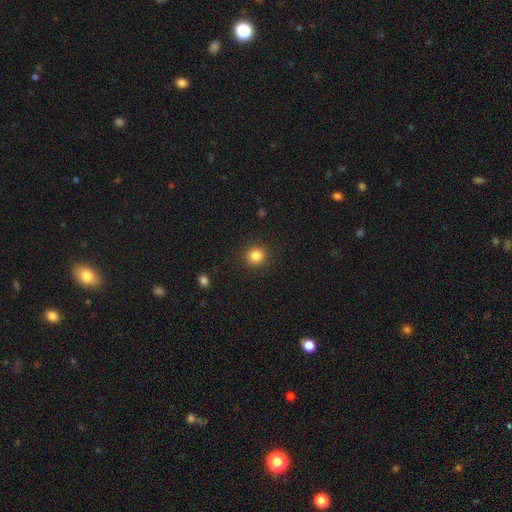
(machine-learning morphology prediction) smooth 84%, star or artifact 11%, featured or disk 5%. Down the decision tree: how rounded — round (92%); merging — none (91%).